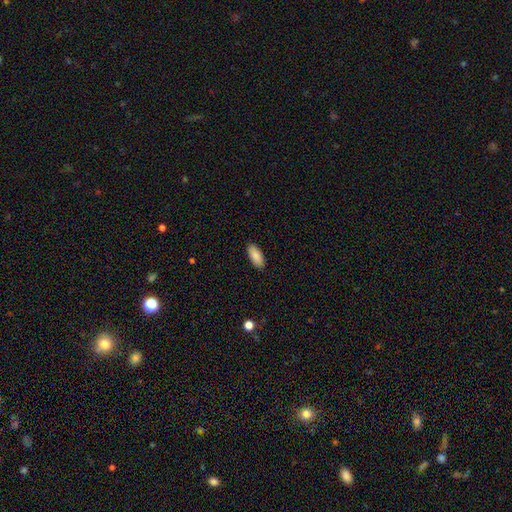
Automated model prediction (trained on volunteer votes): The model was most divided on "how rounded": in between: 88%, cigar-shaped: 10%, round: 2%. More confident: merging — none (90%); smooth or featured — smooth (87%).